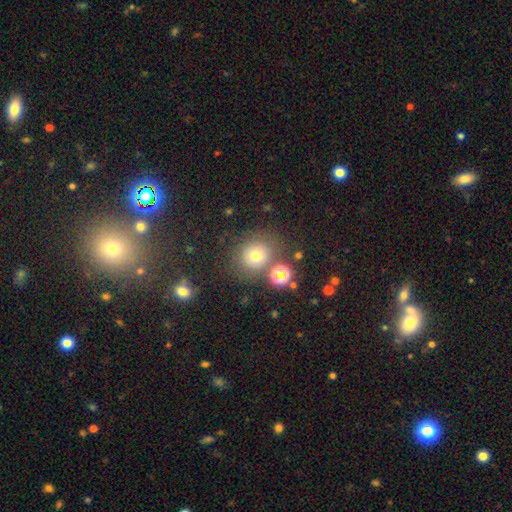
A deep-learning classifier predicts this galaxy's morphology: A smooth galaxy with no disk features (71%) that is round (86%). Merging: none (74%).